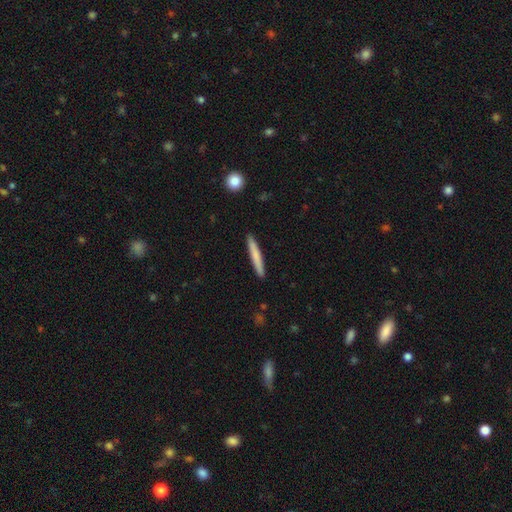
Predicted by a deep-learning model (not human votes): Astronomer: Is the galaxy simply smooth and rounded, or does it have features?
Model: smooth — 74%.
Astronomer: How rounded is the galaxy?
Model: cigar-shaped — 96%.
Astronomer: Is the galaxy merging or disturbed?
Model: none — 92%.